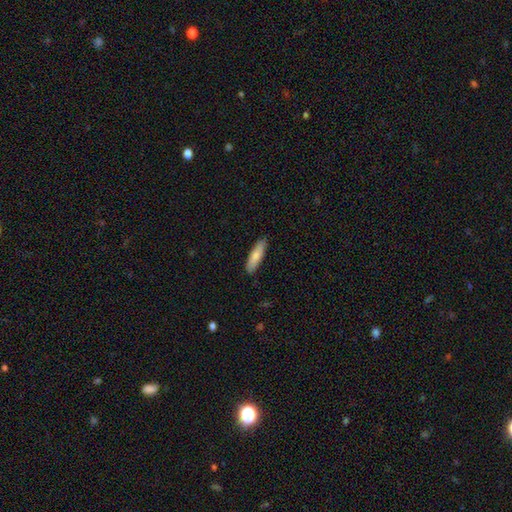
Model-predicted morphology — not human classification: A smooth galaxy with no disk features (80%) that is cigar-shaped (66%).

Vote fractions:
- Smooth or featured? smooth: 80% / featured or disk: 15% / star or artifact: 5%
- How rounded? cigar-shaped: 66% / in between: 33% / round: 2%
- Merging? none: 88% / minor disturbance: 10% / major disturbance: 2% / merger: 1%